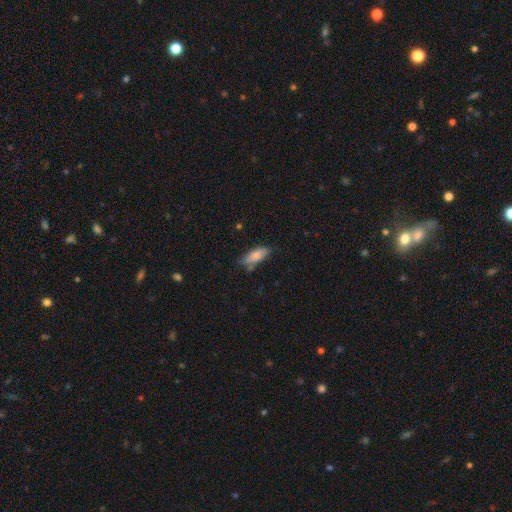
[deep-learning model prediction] Q: Smooth or featured?
A: smooth (81%); runner-up: featured or disk (12%)
Q: How rounded?
A: in between (66%); runner-up: cigar-shaped (32%)
Q: Merging?
A: none (67%); runner-up: minor disturbance (22%)